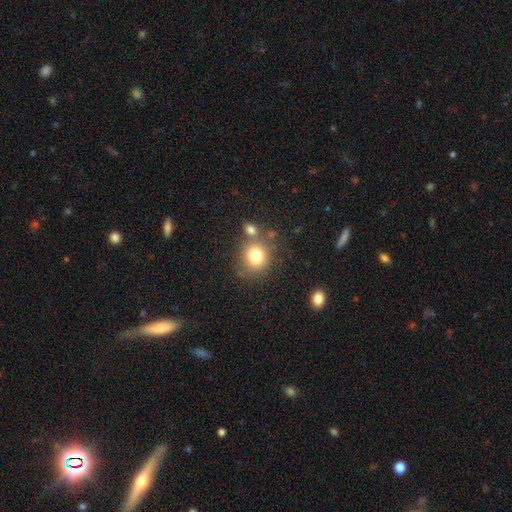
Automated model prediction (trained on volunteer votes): smooth-or-featured: smooth: 78% | star or artifact: 11% | featured or disk: 10%
  how-rounded: round: 84% | in between: 15% | cigar-shaped: 1%
  merging: none: 66% | merger: 19% | minor disturbance: 11% | major disturbance: 4%